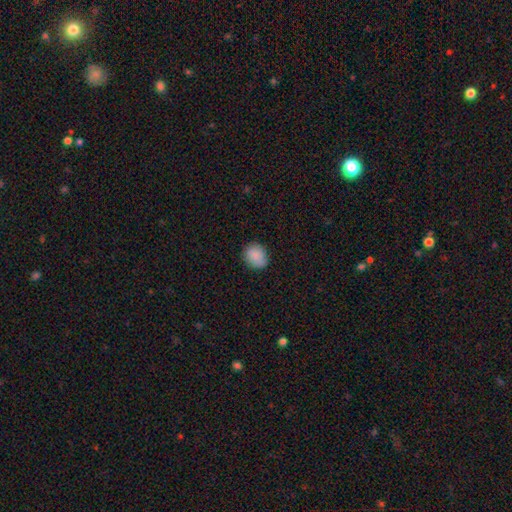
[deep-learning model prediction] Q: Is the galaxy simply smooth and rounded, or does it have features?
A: smooth — 88%.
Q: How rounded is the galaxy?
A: round — 63%.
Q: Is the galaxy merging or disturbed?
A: none — 82%.